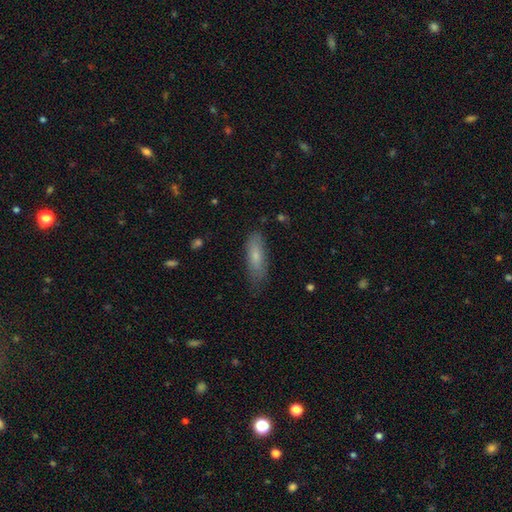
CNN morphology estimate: Smooth or featured?
  - smooth: 71% *
  - featured or disk: 22%
  - star or artifact: 7%
How rounded?
  - in between: 53% *
  - cigar-shaped: 45%
  - round: 2%
Merging?
  - none: 66% *
  - minor disturbance: 26%
  - major disturbance: 6%
  - merger: 2%